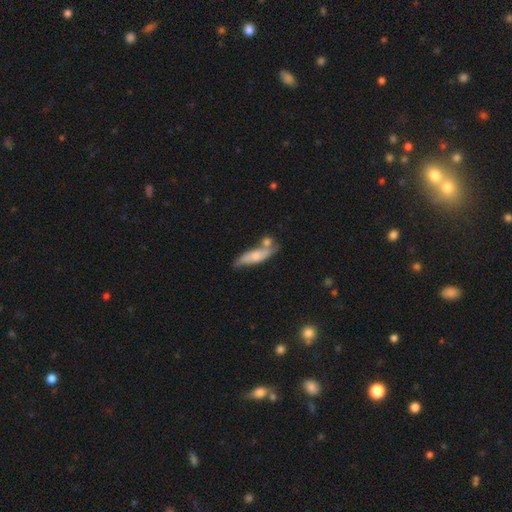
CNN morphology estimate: Smooth or featured? smooth (59%)
How rounded? cigar-shaped (59%)
Merging? none (50%)